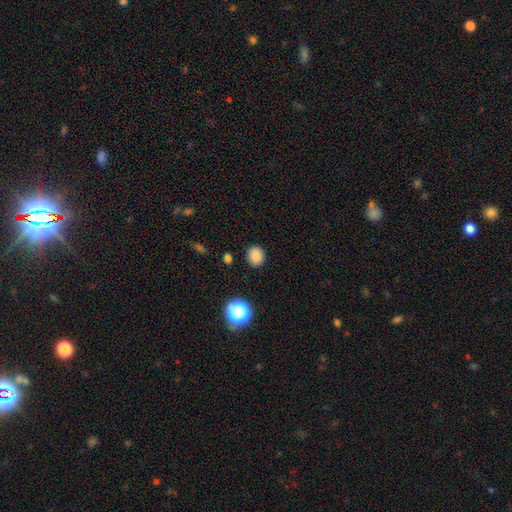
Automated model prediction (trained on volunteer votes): Smooth or featured? smooth (84%)
How rounded? round (74%)
Merging? none (87%)